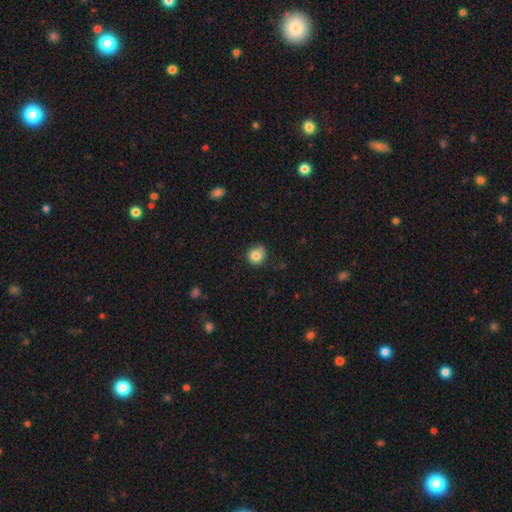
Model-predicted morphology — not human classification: Q: Smooth or featured?
A: smooth (83%); runner-up: star or artifact (11%)
Q: How rounded?
A: round (87%); runner-up: in between (12%)
Q: Merging?
A: none (68%); runner-up: minor disturbance (24%)